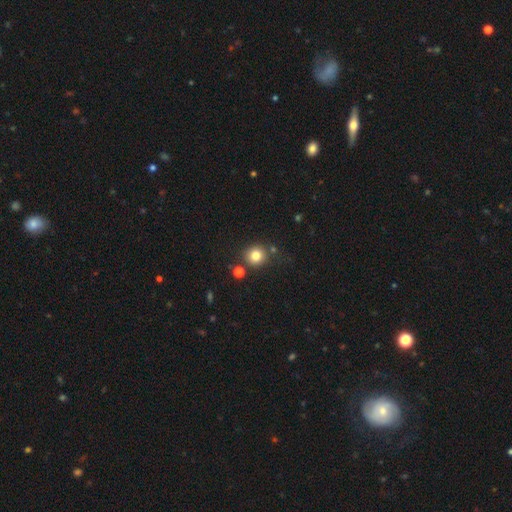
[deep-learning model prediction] Smooth or featured: smooth — 81% (star or artifact — 12%)
How rounded: round — 89% (in between — 10%)
Merging: none — 78% (minor disturbance — 10%)